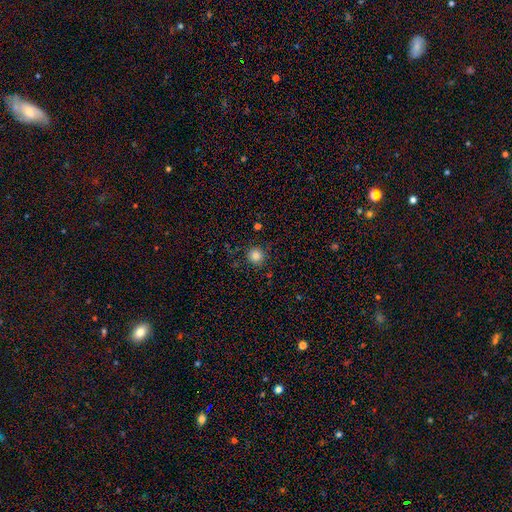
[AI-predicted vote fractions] Smooth or featured? Predicted: smooth (p=0.83). How rounded? Predicted: round (p=0.94). Merging? Predicted: none (p=0.88).